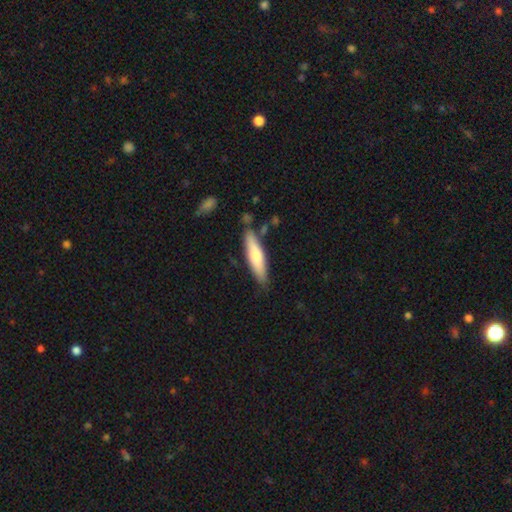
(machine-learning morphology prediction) type=smooth (66%); roundness=cigar-shaped (76%); merging=none (78%).